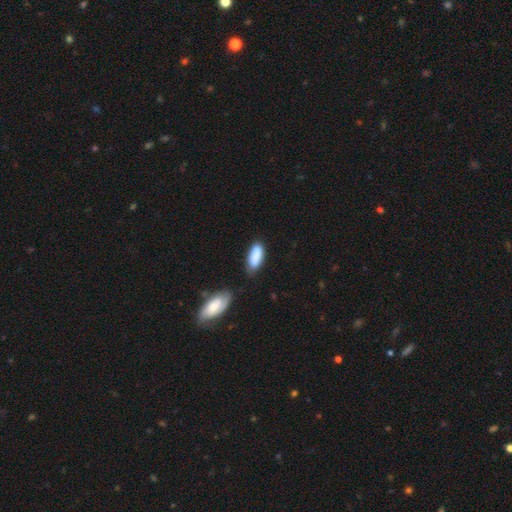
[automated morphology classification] A smooth galaxy with no disk features (85%) that is in between round and cigar-shaped (76%). Merging: none (61%).